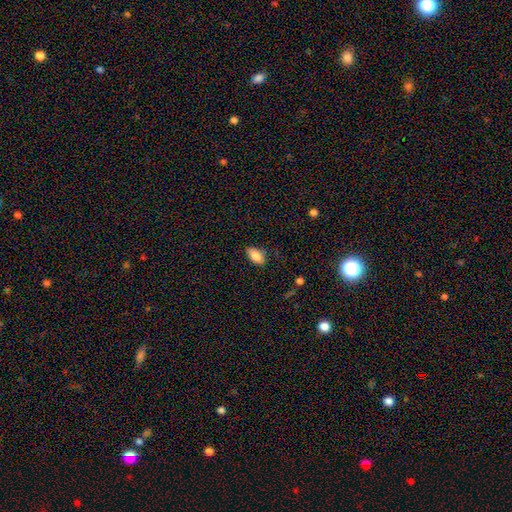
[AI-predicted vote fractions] Smooth or featured?
  - smooth: 85% *
  - featured or disk: 8%
  - star or artifact: 7%
How rounded?
  - in between: 93% *
  - round: 4%
  - cigar-shaped: 3%
Merging?
  - none: 81% *
  - minor disturbance: 15%
  - major disturbance: 3%
  - merger: 1%